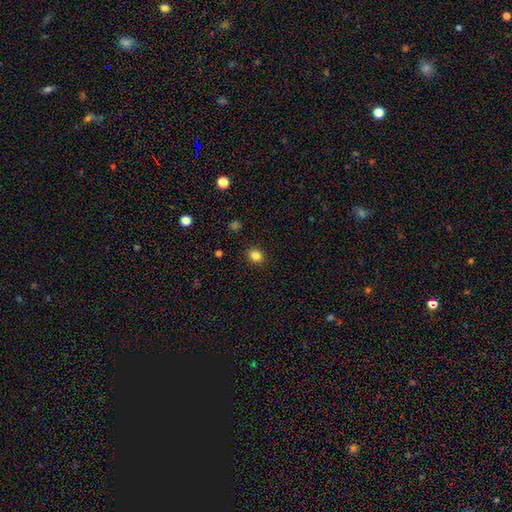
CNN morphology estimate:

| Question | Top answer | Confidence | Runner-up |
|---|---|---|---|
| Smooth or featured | smooth | 84% | star or artifact (12%) |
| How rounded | round | 63% | in between (36%) |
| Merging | none | 90% | minor disturbance (7%) |